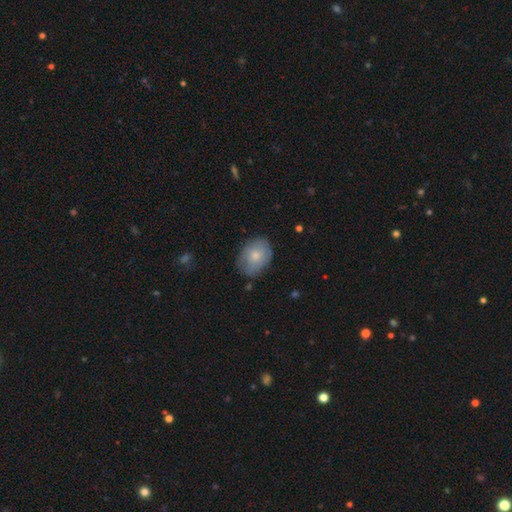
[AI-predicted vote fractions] The model was most divided on "how rounded": in between: 70%, round: 29%, cigar-shaped: 1%. More confident: merging — none (74%); smooth or featured — smooth (71%).